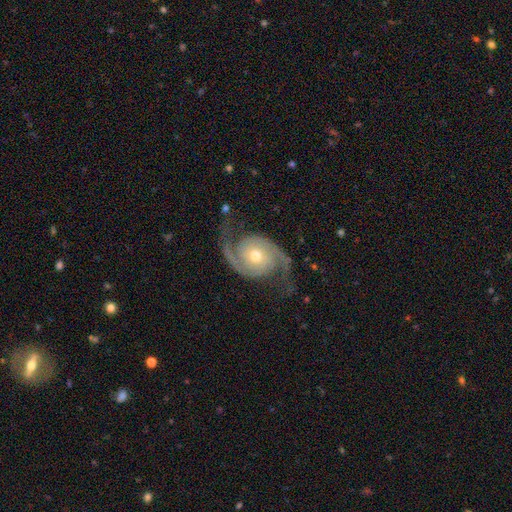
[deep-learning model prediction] The model was most divided on "bulge size": moderate: 59%, small: 36%, large: 3%, none: 1%, dominant: 1%. More confident: spiral arms — yes (98%); edge-on disk — no (98%); spiral arm count — 2 (94%); smooth or featured — featured or disk (92%); merging — none (78%); bar — no (72%); spiral winding — medium (52%).